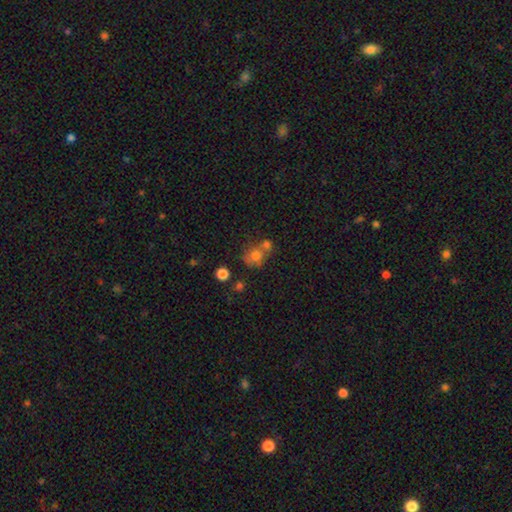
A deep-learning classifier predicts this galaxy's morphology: Smooth or featured? Predicted: smooth (p=0.72). How rounded? Predicted: round (p=0.74). Merging? Predicted: merger (p=0.42).